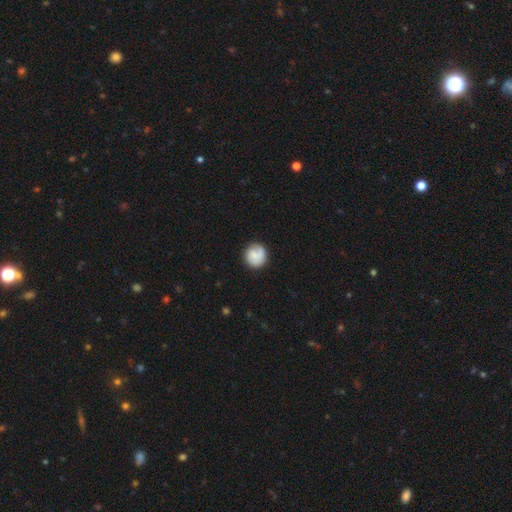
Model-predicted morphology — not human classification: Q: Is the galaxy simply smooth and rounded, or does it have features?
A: smooth — 59%.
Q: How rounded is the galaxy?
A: round — 89%.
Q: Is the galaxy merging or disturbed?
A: none — 78%.